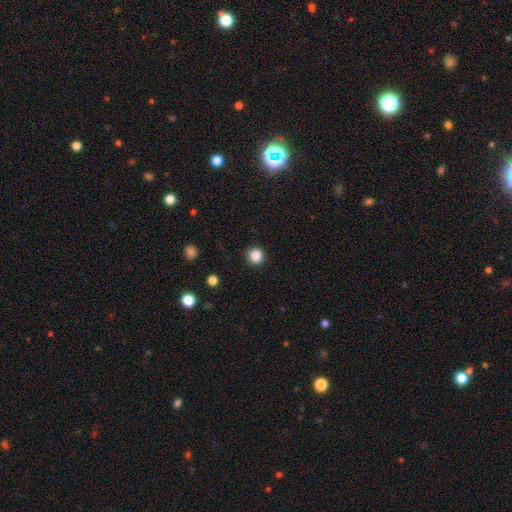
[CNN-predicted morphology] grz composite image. It shows a smooth galaxy with no disk features (86%) that is round (94%). Merging: none (92%).